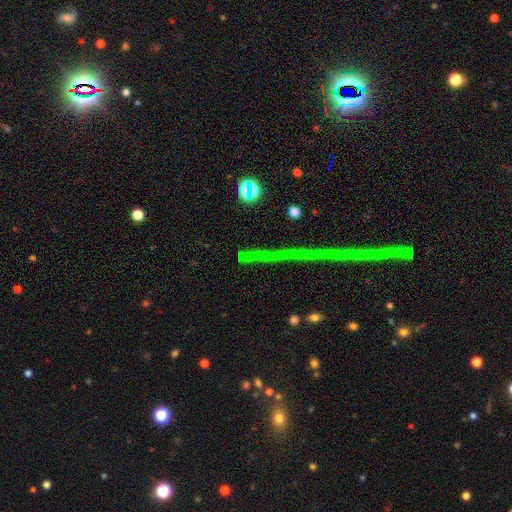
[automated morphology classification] A star or artifact, not a galaxy (75%).

Vote fractions:
- Smooth or featured? star or artifact: 75% / featured or disk: 13% / smooth: 12%